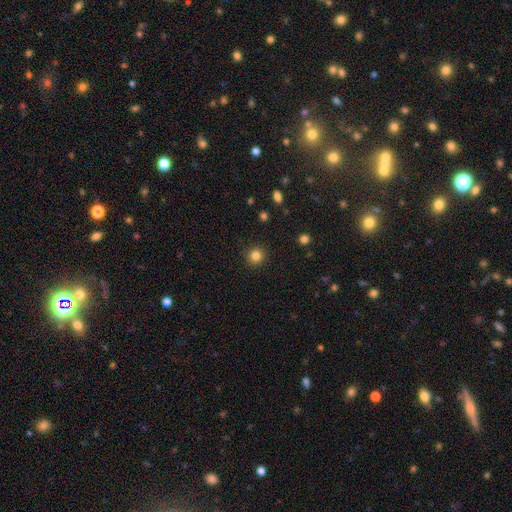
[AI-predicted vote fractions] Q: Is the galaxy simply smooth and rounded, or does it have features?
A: smooth — 84%.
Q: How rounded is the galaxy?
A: round — 93%.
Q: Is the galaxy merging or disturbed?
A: none — 92%.